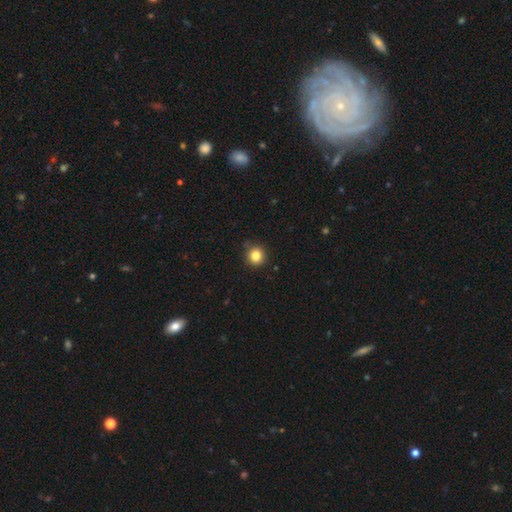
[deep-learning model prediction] Smooth or featured?
  - smooth: 83% *
  - star or artifact: 12%
  - featured or disk: 5%
How rounded?
  - round: 93% *
  - in between: 6%
  - cigar-shaped: 1%
Merging?
  - none: 87% *
  - minor disturbance: 10%
  - major disturbance: 2%
  - merger: 2%